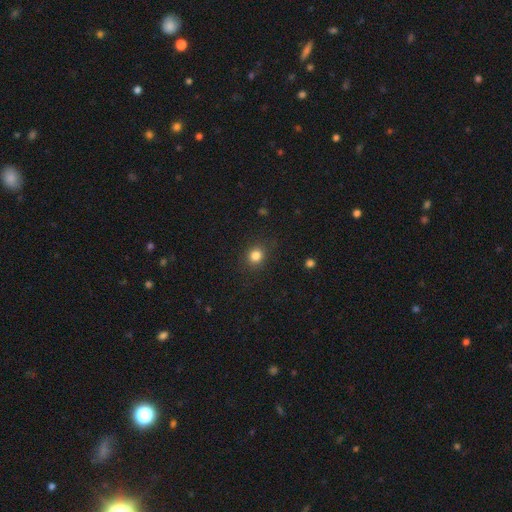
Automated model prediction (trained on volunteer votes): Q: Smooth or featured?
A: smooth (83%); runner-up: star or artifact (12%)
Q: How rounded?
A: round (82%); runner-up: in between (18%)
Q: Merging?
A: none (88%); runner-up: minor disturbance (8%)